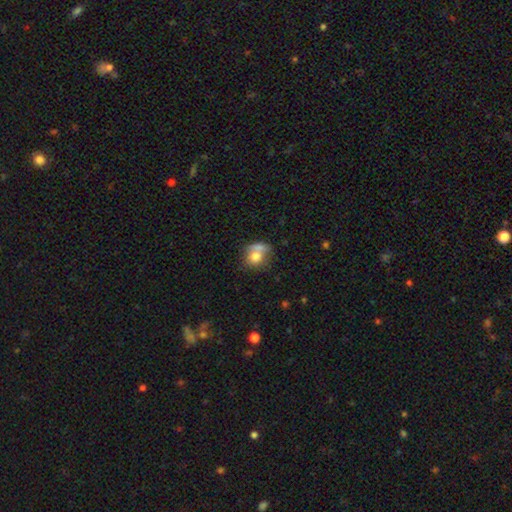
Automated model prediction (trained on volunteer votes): This is likely a smooth galaxy (74%). How rounded: likely round (65%). Merging: marginally none (37%, tied with merger).